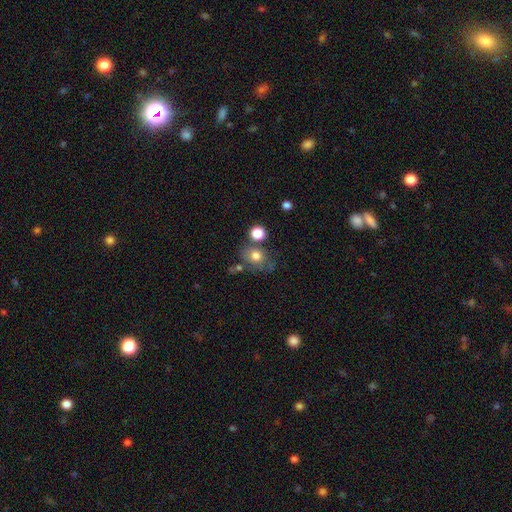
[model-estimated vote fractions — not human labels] Smooth or featured? Predicted: smooth (p=0.74). How rounded? Predicted: round (p=0.55). Merging? Predicted: none (p=0.58).